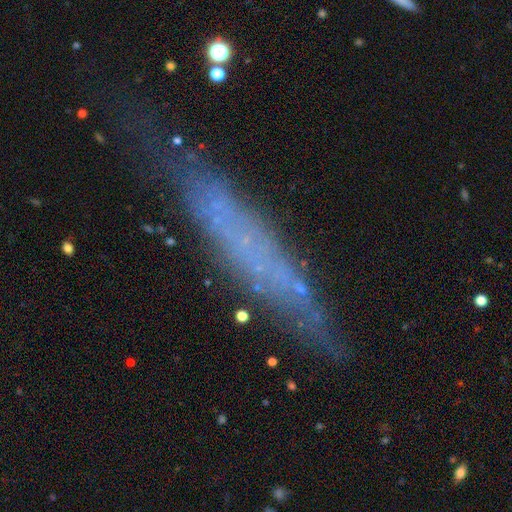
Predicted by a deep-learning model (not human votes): featured or disk 49%, smooth 38%, star or artifact 13%. Down the decision tree: merging — none (69%).